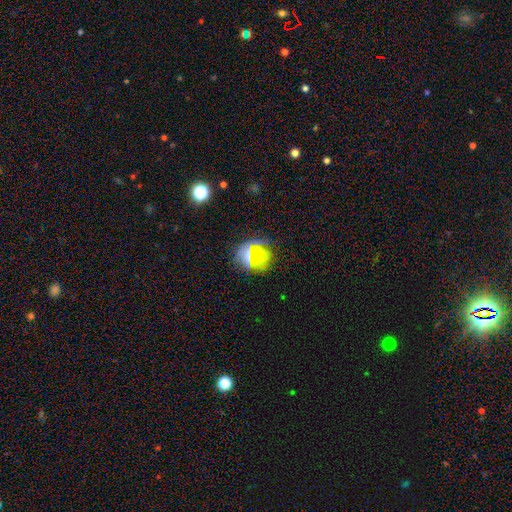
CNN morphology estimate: The model was most divided on "smooth or featured": smooth: 62%, star or artifact: 22%, featured or disk: 15%. More confident: how rounded — round (86%); merging — none (77%).